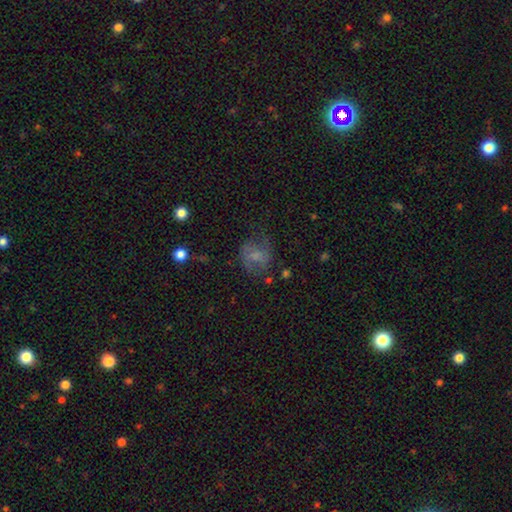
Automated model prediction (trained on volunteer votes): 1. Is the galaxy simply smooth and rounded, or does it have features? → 49% smooth, 38% featured or disk, 13% star or artifact.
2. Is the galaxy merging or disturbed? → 49% none, 24% minor disturbance, 24% major disturbance, 3% merger.